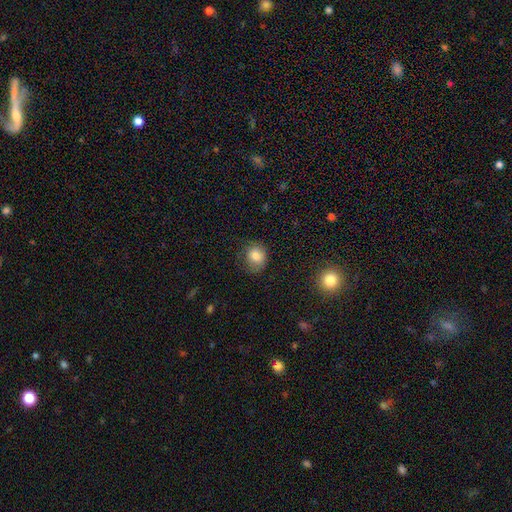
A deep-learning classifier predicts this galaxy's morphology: type=smooth (82%); roundness=round (69%); merging=none (66%).